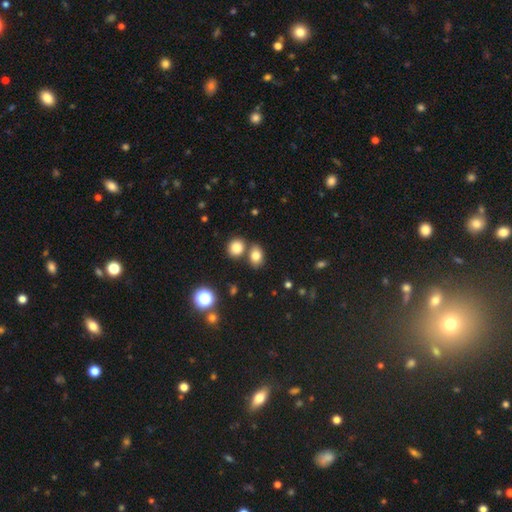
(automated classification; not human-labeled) Smooth or featured?
  - smooth: 78% *
  - star or artifact: 13%
  - featured or disk: 9%
How rounded?
  - in between: 65% *
  - round: 33%
  - cigar-shaped: 1%
Merging?
  - none: 63% *
  - merger: 23%
  - minor disturbance: 10%
  - major disturbance: 3%